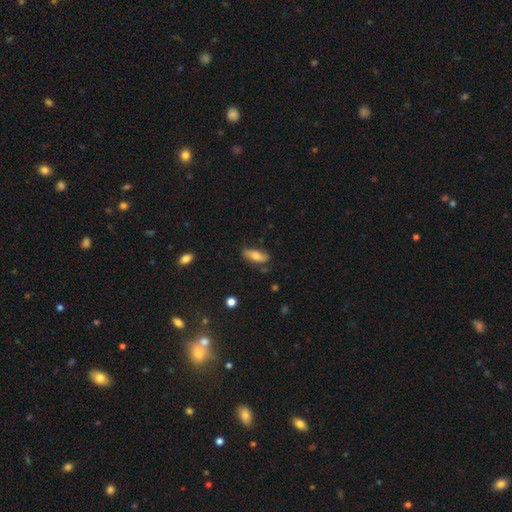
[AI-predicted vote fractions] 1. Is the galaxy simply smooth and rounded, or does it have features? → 61% smooth, 32% featured or disk, 7% star or artifact.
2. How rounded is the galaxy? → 73% in between, 24% cigar-shaped, 3% round.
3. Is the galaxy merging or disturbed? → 72% none, 21% minor disturbance, 5% major disturbance, 2% merger.